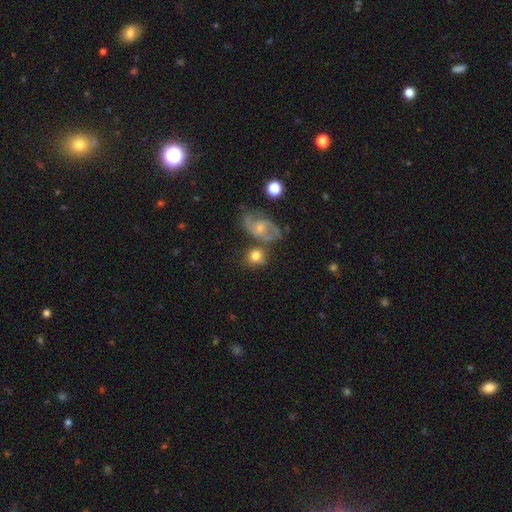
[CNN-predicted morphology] type=smooth (67%); roundness=round (74%); merging=none (55%).